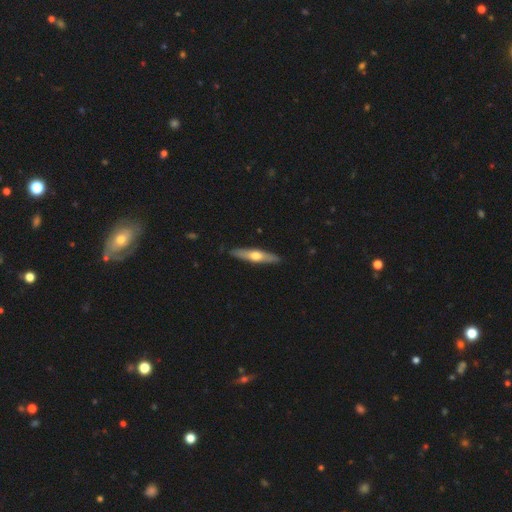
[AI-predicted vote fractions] The model was most divided on "smooth or featured": featured or disk: 53%, smooth: 42%, star or artifact: 5%. More confident: edge-on disk — yes (90%); merging — none (89%).